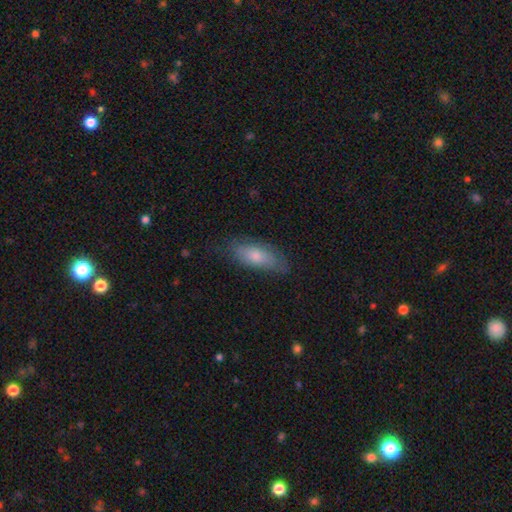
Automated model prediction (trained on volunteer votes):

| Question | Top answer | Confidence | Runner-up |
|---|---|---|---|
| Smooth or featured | smooth | 69% | featured or disk (24%) |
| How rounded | in between | 75% | cigar-shaped (23%) |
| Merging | none | 72% | minor disturbance (21%) |